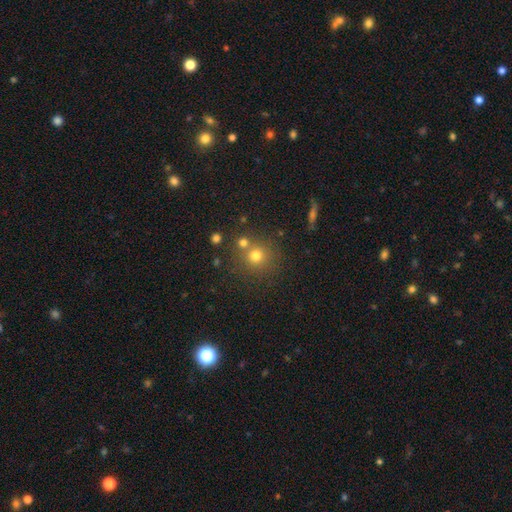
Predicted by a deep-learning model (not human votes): smooth 74%, star or artifact 17%, featured or disk 9%. Down the decision tree: how rounded — round (91%); merging — none (70%).